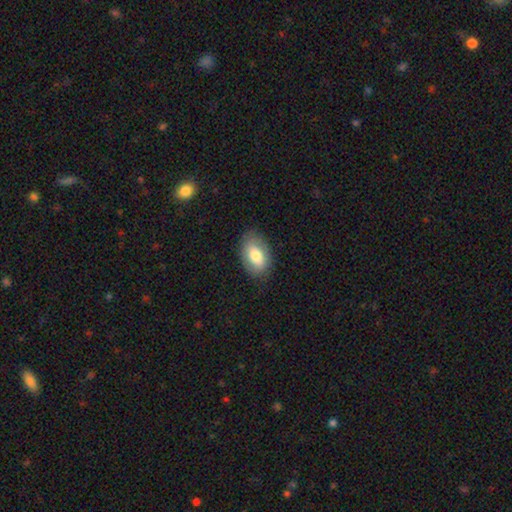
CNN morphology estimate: Smooth or featured?
  - smooth: 73% *
  - featured or disk: 20%
  - star or artifact: 7%
How rounded?
  - in between: 90% *
  - round: 9%
  - cigar-shaped: 1%
Merging?
  - none: 81% *
  - minor disturbance: 14%
  - major disturbance: 4%
  - merger: 1%